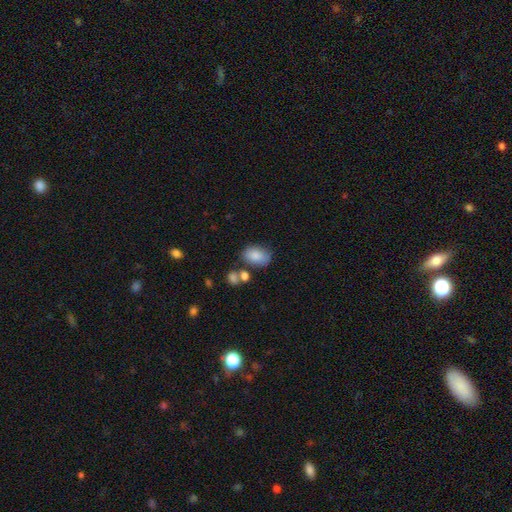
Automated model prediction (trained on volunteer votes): Smooth or featured?
  - smooth: 84% *
  - featured or disk: 8%
  - star or artifact: 8%
How rounded?
  - in between: 85% *
  - round: 14%
  - cigar-shaped: 1%
Merging?
  - none: 63% *
  - minor disturbance: 18%
  - merger: 14%
  - major disturbance: 5%